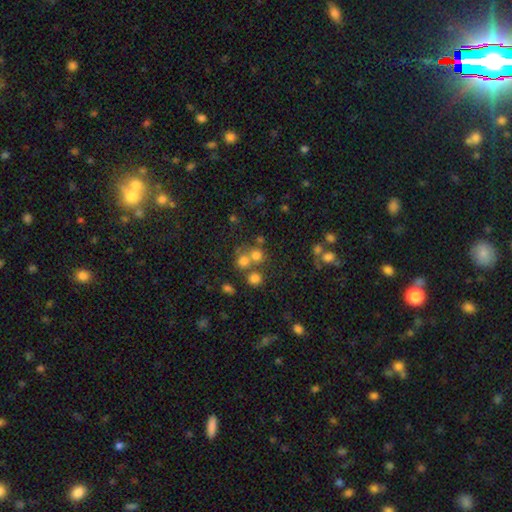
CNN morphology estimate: type=smooth (68%); roundness=round (88%); merging=none (54%).